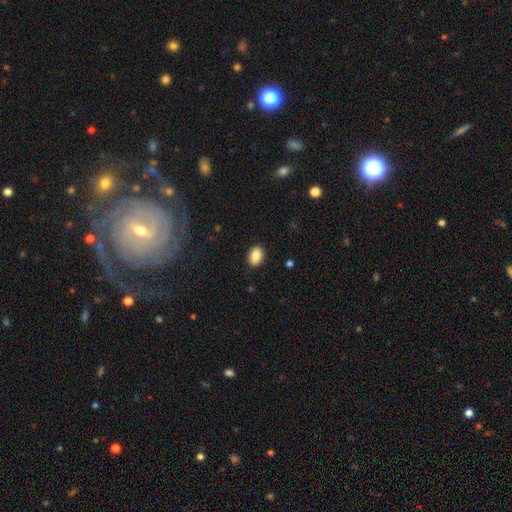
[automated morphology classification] Smooth or featured? smooth (87%)
How rounded? in between (88%)
Merging? none (89%)